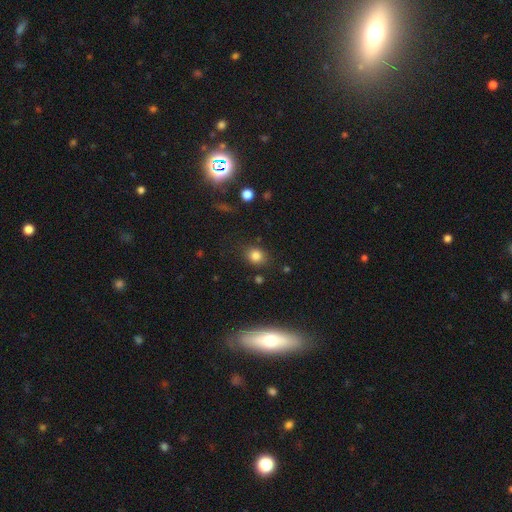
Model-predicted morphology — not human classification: Smooth or featured? Predicted: smooth (p=0.80). How rounded? Predicted: round (p=0.64). Merging? Predicted: none (p=0.82).